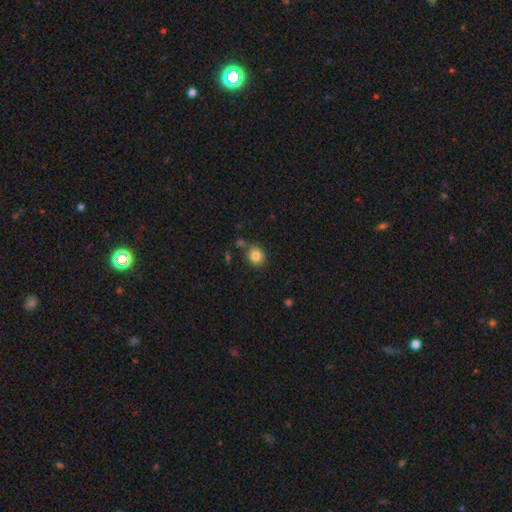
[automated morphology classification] smooth-or-featured: smooth: 84% | star or artifact: 10% | featured or disk: 5%
  how-rounded: round: 78% | in between: 21% | cigar-shaped: 1%
  merging: none: 80% | minor disturbance: 10% | merger: 7% | major disturbance: 3%